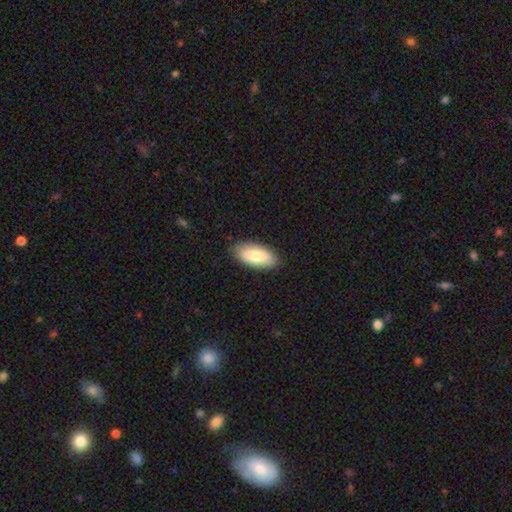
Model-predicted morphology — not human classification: Q: Smooth or featured?
A: smooth (76%); runner-up: featured or disk (18%)
Q: How rounded?
A: in between (91%); runner-up: cigar-shaped (7%)
Q: Merging?
A: none (86%); runner-up: minor disturbance (10%)